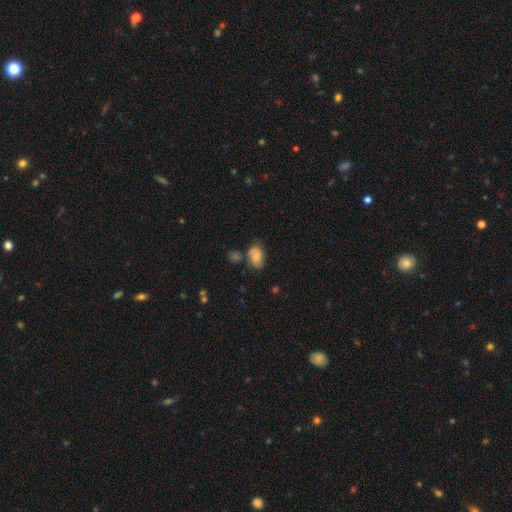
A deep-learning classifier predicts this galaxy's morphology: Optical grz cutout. It shows a smooth galaxy with no disk features (57%) that is in between round and cigar-shaped (84%). Merging: none (56%).